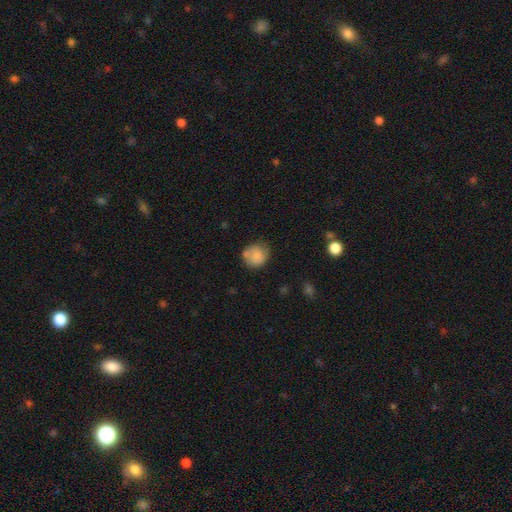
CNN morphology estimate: The model was most divided on "merging": none: 59%, minor disturbance: 21%, merger: 14%, major disturbance: 7%. More confident: how rounded — round (84%); smooth or featured — smooth (81%).